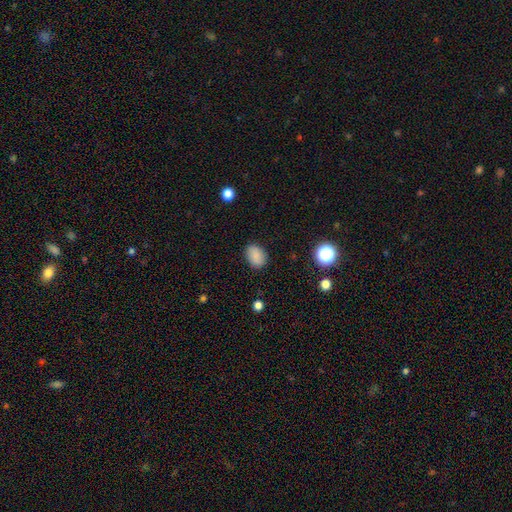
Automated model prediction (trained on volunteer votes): smooth-or-featured: smooth: 86% | star or artifact: 9% | featured or disk: 5%
  how-rounded: in between: 76% | round: 23% | cigar-shaped: 1%
  merging: none: 85% | minor disturbance: 11% | major disturbance: 3% | merger: 1%